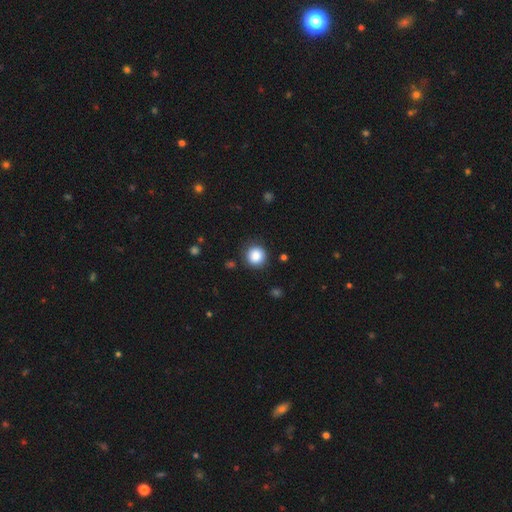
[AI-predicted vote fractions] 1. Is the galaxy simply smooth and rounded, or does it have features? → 86% smooth, 10% star or artifact, 4% featured or disk.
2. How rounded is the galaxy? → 93% round, 6% in between, 1% cigar-shaped.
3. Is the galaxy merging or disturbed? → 88% none, 8% minor disturbance, 3% major disturbance, 2% merger.